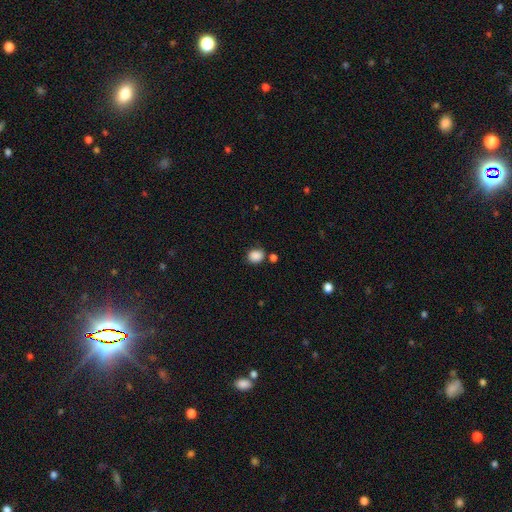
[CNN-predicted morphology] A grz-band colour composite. It shows a smooth galaxy with no disk features (87%) that is round (57%). Merging: none (72%).